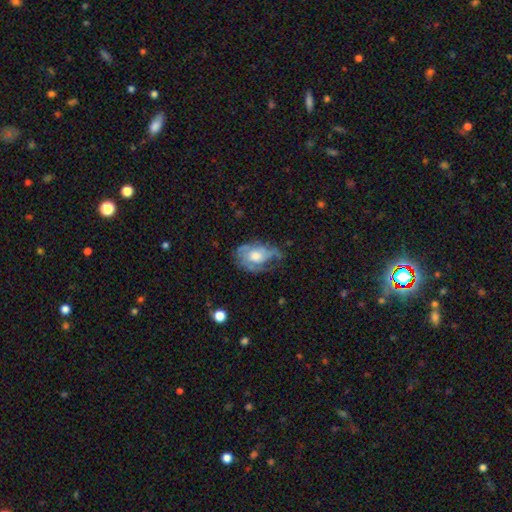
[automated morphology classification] The model was most divided on "merging": none: 41%, minor disturbance: 31%, major disturbance: 26%, merger: 2%. More confident: edge-on disk — no (95%); bar — no (79%); spiral arms — yes (68%); smooth or featured — featured or disk (62%); bulge size — moderate (55%).